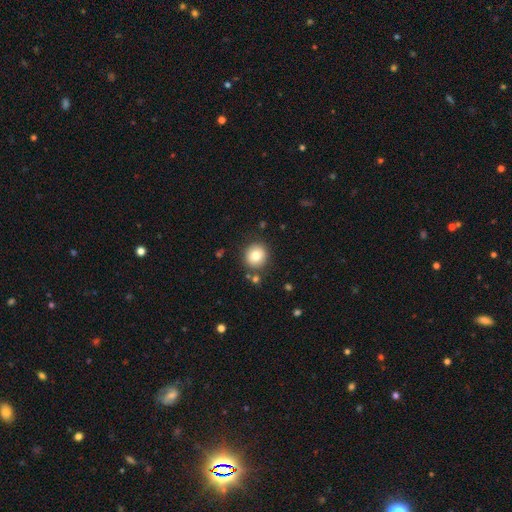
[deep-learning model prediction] A smooth galaxy with no disk features (80%) that is round (90%). Merging: none (85%).